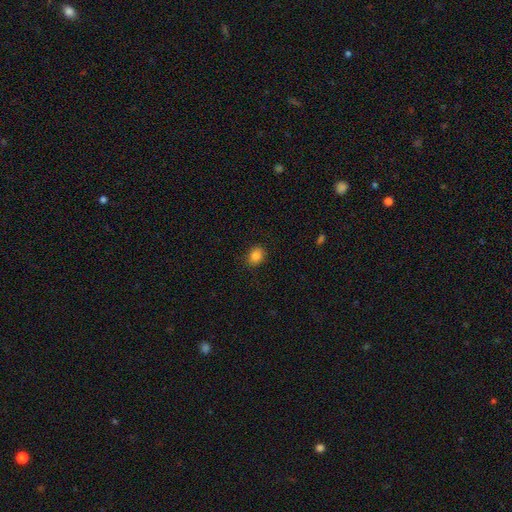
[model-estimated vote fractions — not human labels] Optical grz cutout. It shows a smooth galaxy with no disk features (84%) that is round (53%). Merging: none (88%).